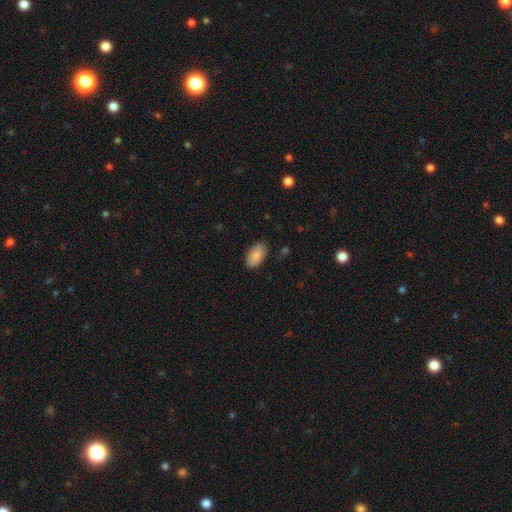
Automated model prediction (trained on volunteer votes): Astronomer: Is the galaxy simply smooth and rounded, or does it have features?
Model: smooth — 86%.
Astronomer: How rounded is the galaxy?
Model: in between — 94%.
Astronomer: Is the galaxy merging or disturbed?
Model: none — 82%.